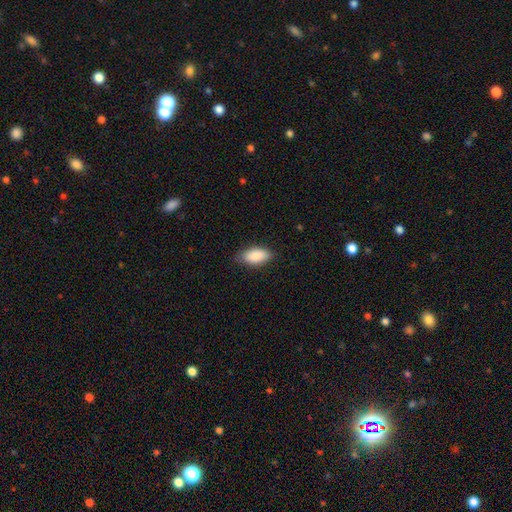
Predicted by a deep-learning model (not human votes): Smooth or featured: smooth — 89% (star or artifact — 6%)
How rounded: in between — 91% (cigar-shaped — 6%)
Merging: none — 82% (minor disturbance — 15%)